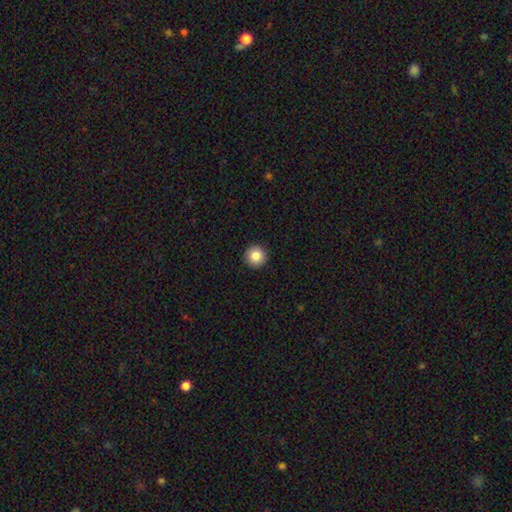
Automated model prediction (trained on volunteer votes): Smooth or featured: smooth — 85% (star or artifact — 9%)
How rounded: round — 96% (in between — 3%)
Merging: none — 93% (minor disturbance — 4%)